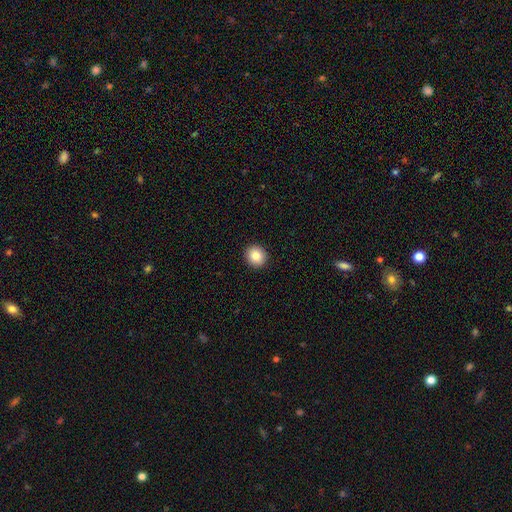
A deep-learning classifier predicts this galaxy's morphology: Smooth or featured: smooth — 84% (star or artifact — 9%)
How rounded: round — 85% (in between — 14%)
Merging: none — 93% (minor disturbance — 5%)